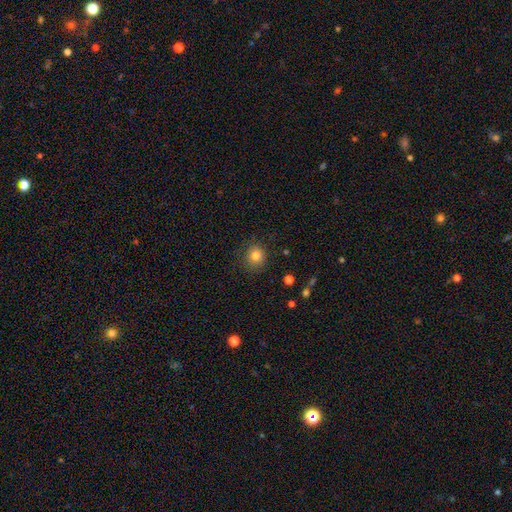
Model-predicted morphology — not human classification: Smooth or featured: smooth — 83% (star or artifact — 11%)
How rounded: round — 87% (in between — 12%)
Merging: none — 86% (minor disturbance — 10%)